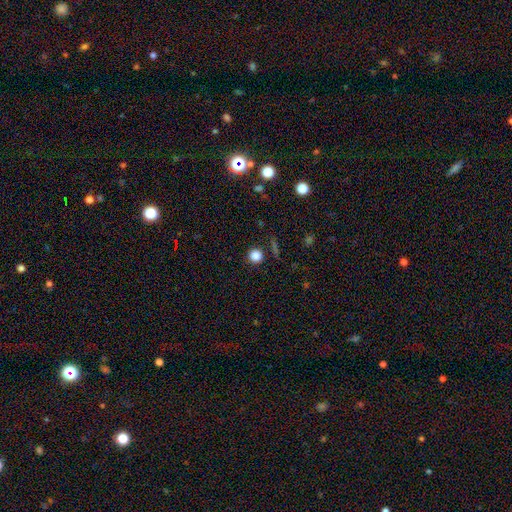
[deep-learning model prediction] Overall: smooth (83%). How rounded: round (94%). Merging: none (90%).